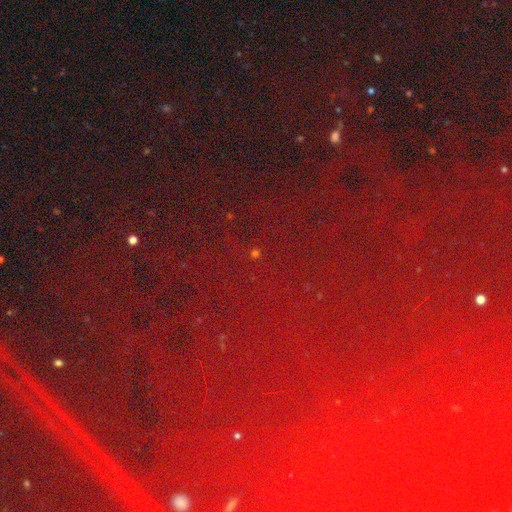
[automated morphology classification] This appears to be a star or artifact, not a galaxy (83%).